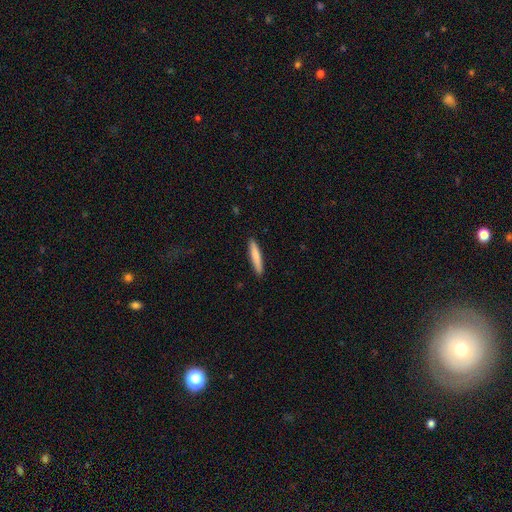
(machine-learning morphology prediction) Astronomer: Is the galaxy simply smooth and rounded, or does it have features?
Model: smooth — 78%.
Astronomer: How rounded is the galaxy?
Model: cigar-shaped — 92%.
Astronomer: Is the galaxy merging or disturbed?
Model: none — 91%.